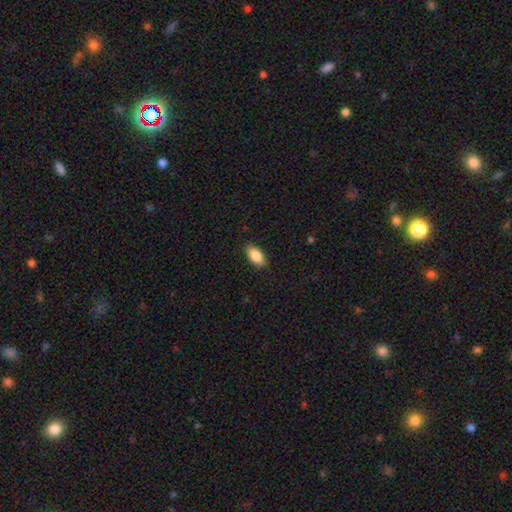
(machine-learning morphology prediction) This appears to be a smooth galaxy with no disk features (87%) that is in between round and cigar-shaped (93%). Merging: none (89%).